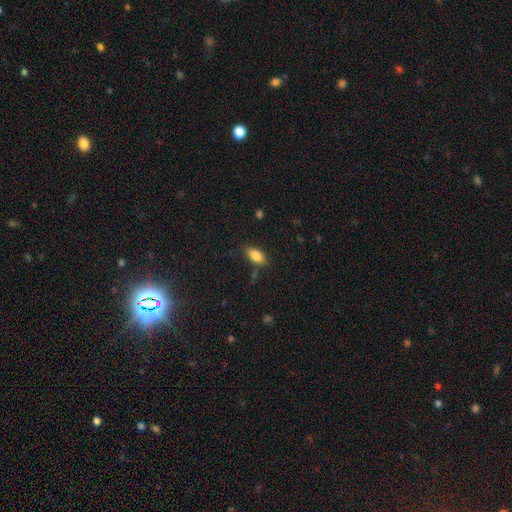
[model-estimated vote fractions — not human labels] Overall: smooth (82%). How rounded: in between (86%). Merging: none (79%).